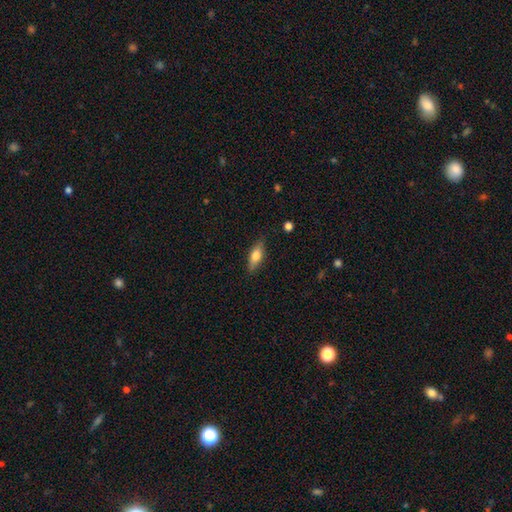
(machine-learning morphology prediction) Overall: smooth (67%). How rounded: in between (63%; cigar-shaped 34%). Merging: none (84%).